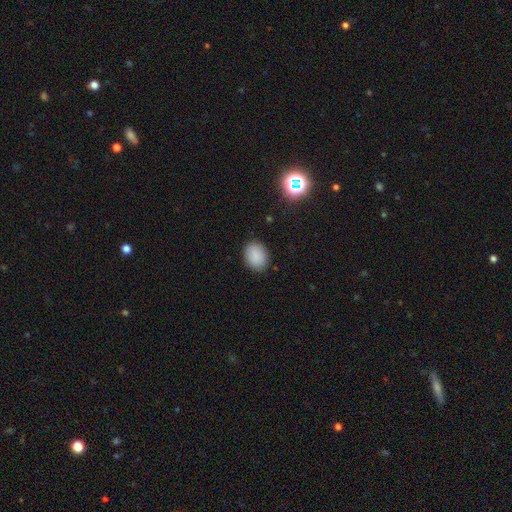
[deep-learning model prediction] This is clearly a smooth galaxy (87%). How rounded: likely in between (63%). Merging: clearly none (87%).